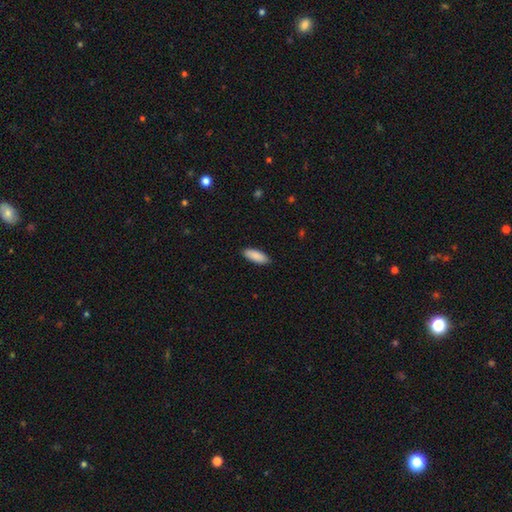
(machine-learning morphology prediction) Smooth or featured: smooth — 90% (star or artifact — 6%)
How rounded: in between — 72% (cigar-shaped — 26%)
Merging: none — 89% (minor disturbance — 8%)